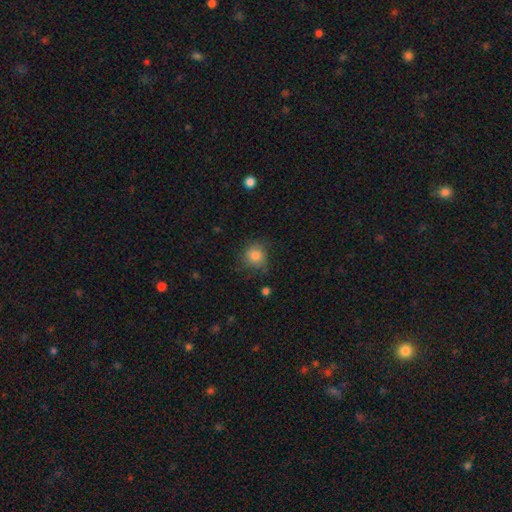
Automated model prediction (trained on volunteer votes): smooth 83%, star or artifact 10%, featured or disk 6%. Down the decision tree: how rounded — round (86%); merging — none (72%).